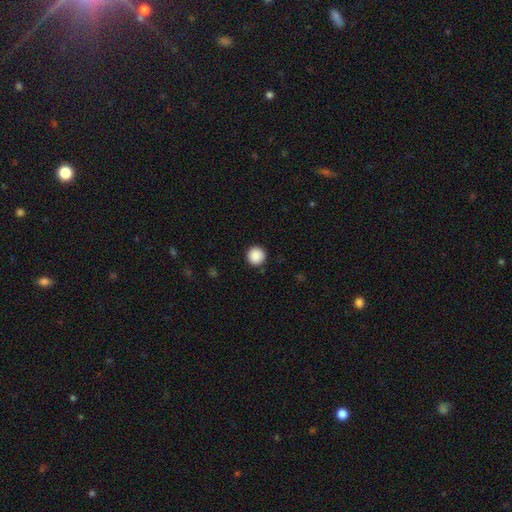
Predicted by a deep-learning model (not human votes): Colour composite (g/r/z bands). It shows a smooth galaxy with no disk features (89%) that is round (96%). Merging: none (91%).